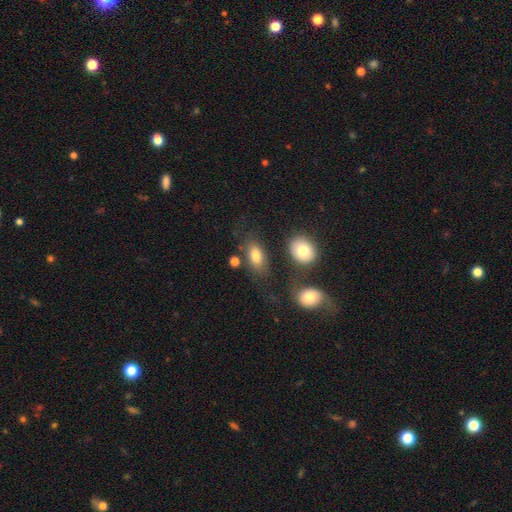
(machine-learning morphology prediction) Overall: smooth (78%). How rounded: in between (88%). Merging: none (69%).